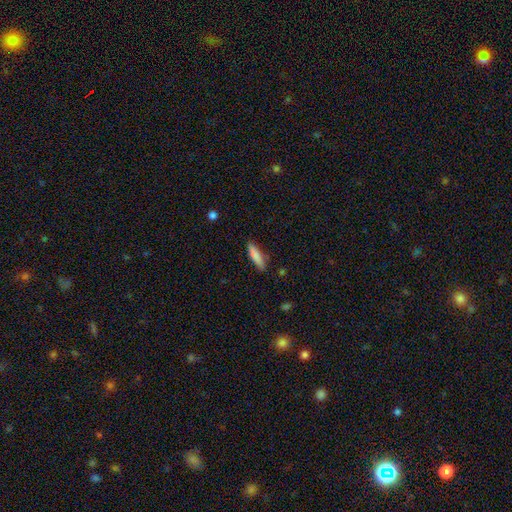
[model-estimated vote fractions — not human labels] A smooth galaxy with no disk features (83%) that is cigar-shaped (76%). Merging: none (82%).